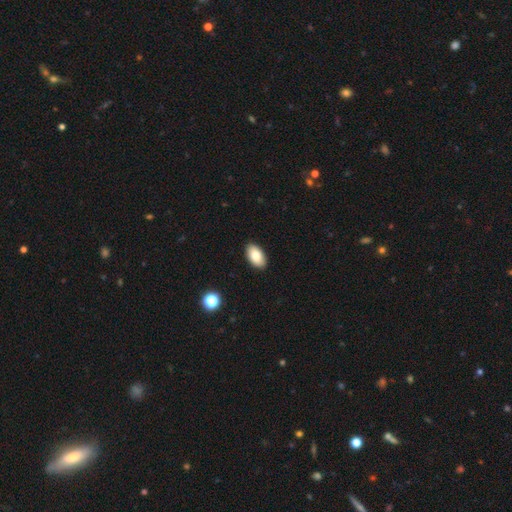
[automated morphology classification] A smooth galaxy with no disk features (83%) that is in between round and cigar-shaped (95%). Merging: none (90%).